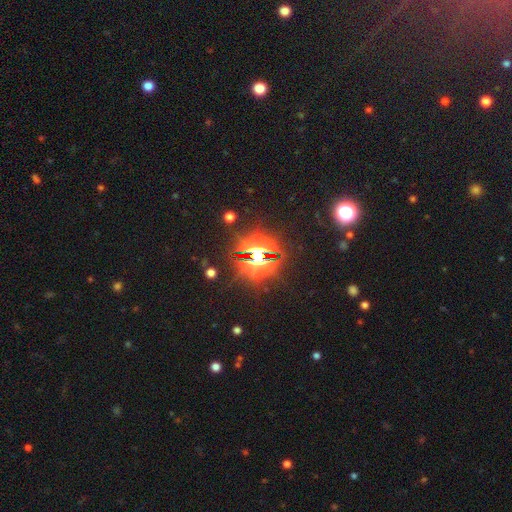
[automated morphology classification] This appears to be a star or artifact, not a galaxy (78%).